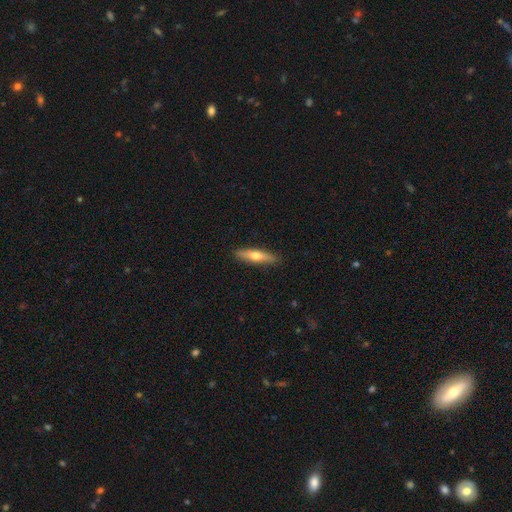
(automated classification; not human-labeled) Overall: smooth (54%; featured or disk 40%). How rounded: cigar-shaped (77%). Merging: none (89%).